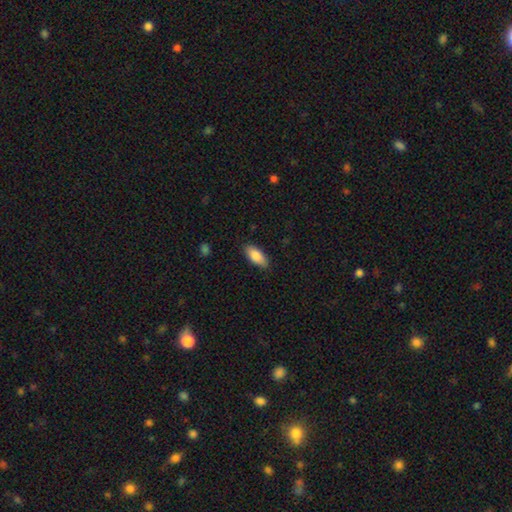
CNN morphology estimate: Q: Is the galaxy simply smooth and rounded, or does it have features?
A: smooth — 85%.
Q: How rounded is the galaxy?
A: in between — 85%.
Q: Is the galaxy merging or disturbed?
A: none — 86%.